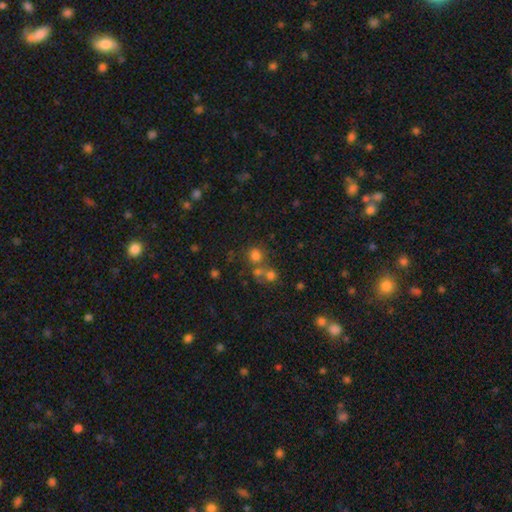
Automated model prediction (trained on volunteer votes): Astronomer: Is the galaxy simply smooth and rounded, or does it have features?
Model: smooth — 70%.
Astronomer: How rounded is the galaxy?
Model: round — 79%.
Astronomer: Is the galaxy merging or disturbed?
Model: none — 55%.